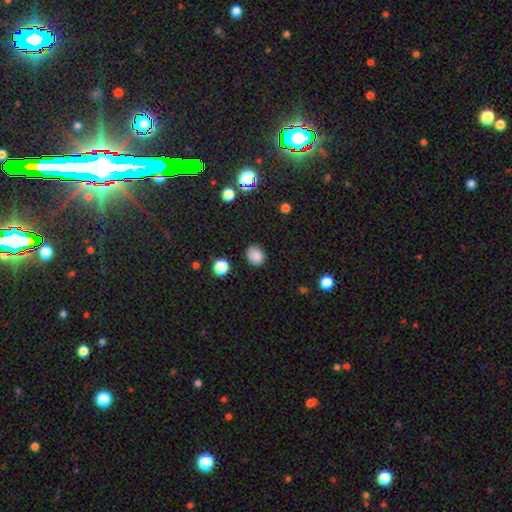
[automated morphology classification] type=smooth (84%); roundness=round (52%); merging=none (84%).